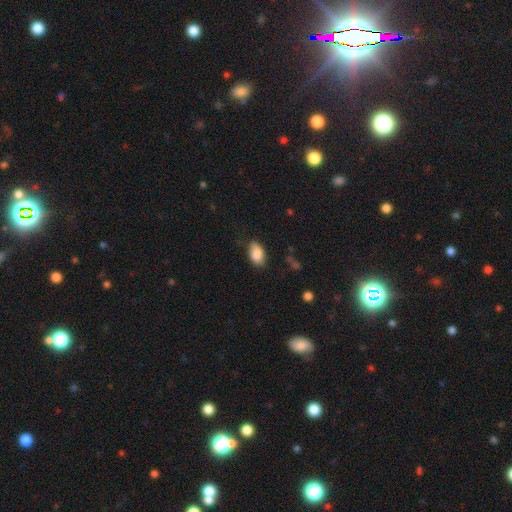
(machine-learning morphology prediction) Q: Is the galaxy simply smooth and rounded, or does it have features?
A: smooth — 85%.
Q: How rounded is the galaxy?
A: in between — 91%.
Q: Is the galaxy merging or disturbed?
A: none — 71%.